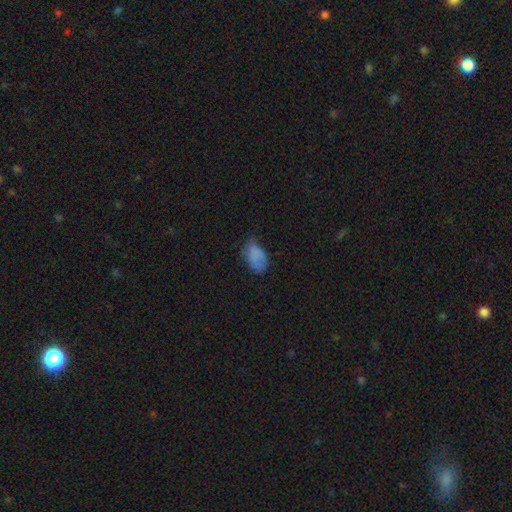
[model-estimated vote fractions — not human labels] Smooth or featured? smooth (76%)
How rounded? in between (90%)
Merging? none (44%)